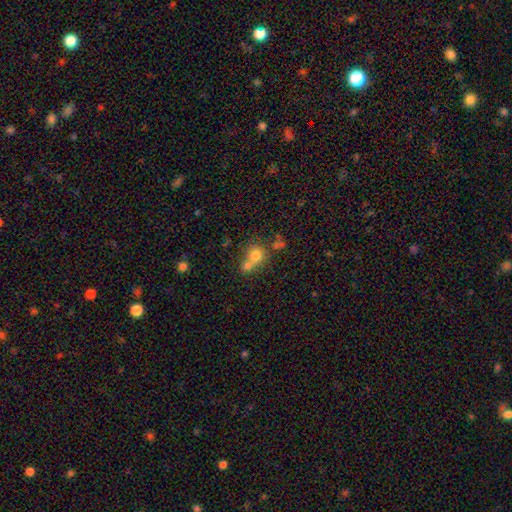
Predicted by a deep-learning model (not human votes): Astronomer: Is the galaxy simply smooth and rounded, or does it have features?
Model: smooth — 74%.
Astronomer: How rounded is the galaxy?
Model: round — 80%.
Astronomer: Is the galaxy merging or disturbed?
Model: merger — 54% (runner-up: none, 36%).